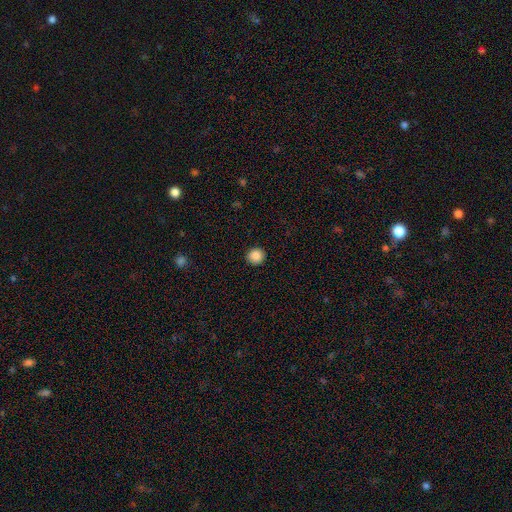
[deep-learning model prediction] A smooth galaxy with no disk features (88%) that is round (93%).

Vote fractions:
- Smooth or featured? smooth: 88% / star or artifact: 10% / featured or disk: 3%
- How rounded? round: 93% / in between: 6% / cigar-shaped: 1%
- Merging? none: 92% / minor disturbance: 5% / major disturbance: 2% / merger: 1%